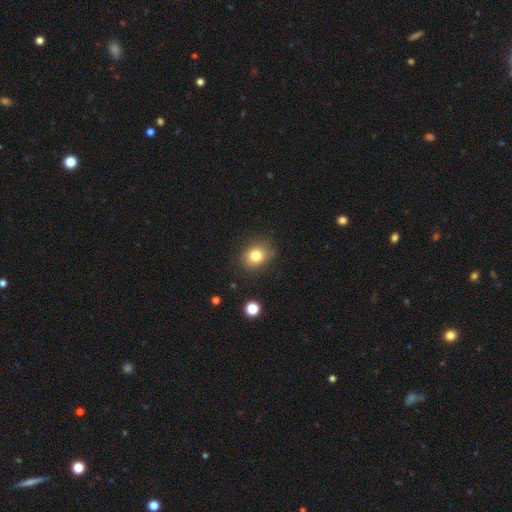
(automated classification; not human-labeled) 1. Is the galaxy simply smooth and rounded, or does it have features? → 80% smooth, 11% star or artifact, 8% featured or disk.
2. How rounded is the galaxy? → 63% round, 36% in between, 1% cigar-shaped.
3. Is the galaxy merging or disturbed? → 82% none, 13% minor disturbance, 3% major disturbance, 2% merger.